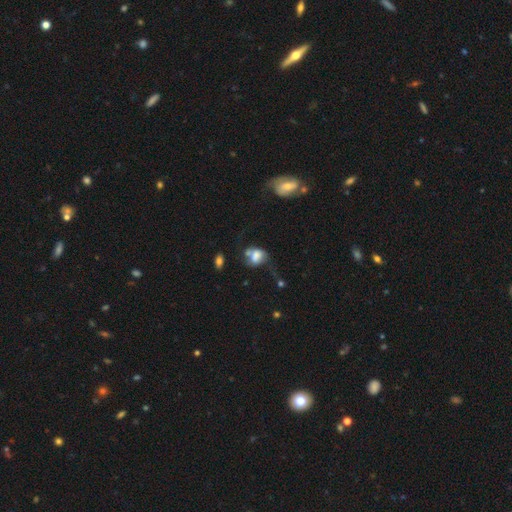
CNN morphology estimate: This appears to be a smooth galaxy with no disk features (62%) that is in between round and cigar-shaped (64%). Merging: merger (30%).